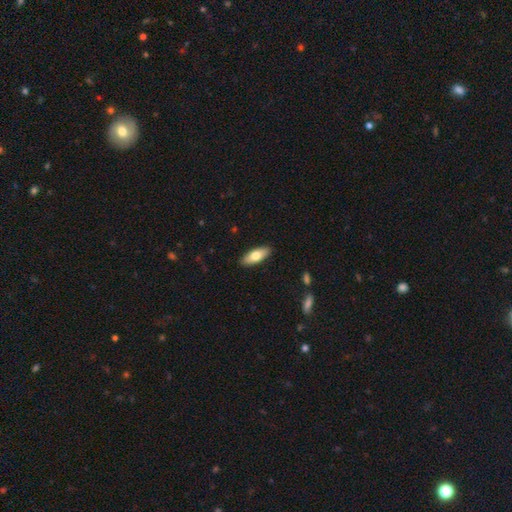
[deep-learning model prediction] This appears to be a smooth galaxy with no disk features (72%) that is in between round and cigar-shaped (74%). Merging: none (89%).